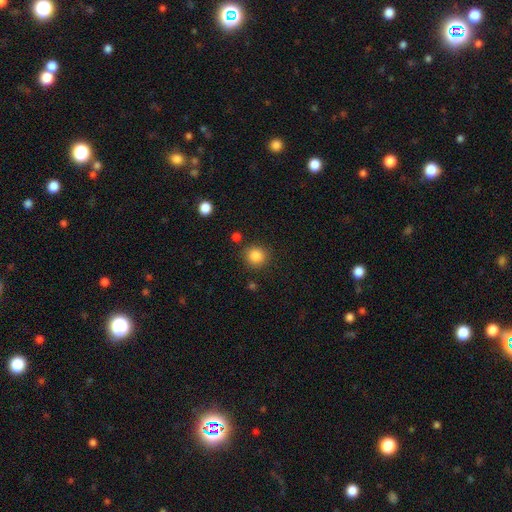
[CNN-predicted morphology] Overall: smooth (86%). How rounded: round (89%). Merging: none (85%).